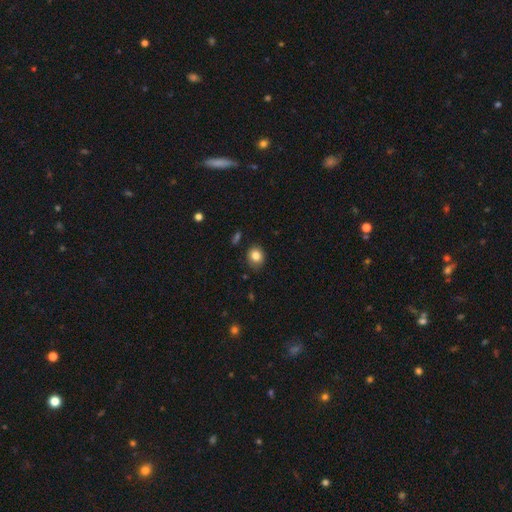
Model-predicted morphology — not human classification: smooth 82%, star or artifact 10%, featured or disk 8%. Down the decision tree: how rounded — round (71%); merging — none (83%).